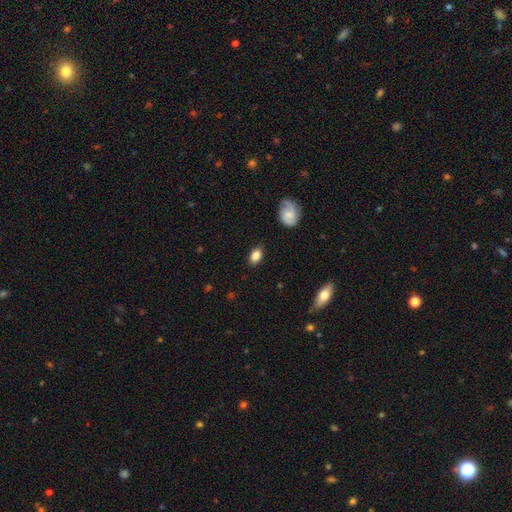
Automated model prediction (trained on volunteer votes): smooth-or-featured: smooth: 84% | featured or disk: 8% | star or artifact: 8%
  how-rounded: in between: 85% | round: 13% | cigar-shaped: 2%
  merging: none: 83% | minor disturbance: 13% | major disturbance: 3% | merger: 1%